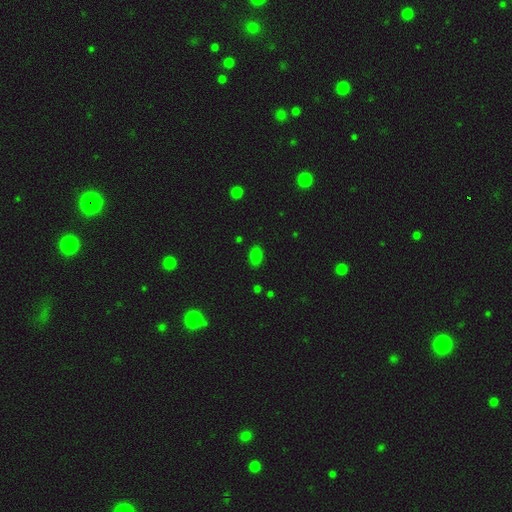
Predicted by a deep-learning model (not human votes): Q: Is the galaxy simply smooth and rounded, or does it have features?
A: smooth — 80%.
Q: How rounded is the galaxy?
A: in between — 88%.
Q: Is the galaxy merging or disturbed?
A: none — 85%.